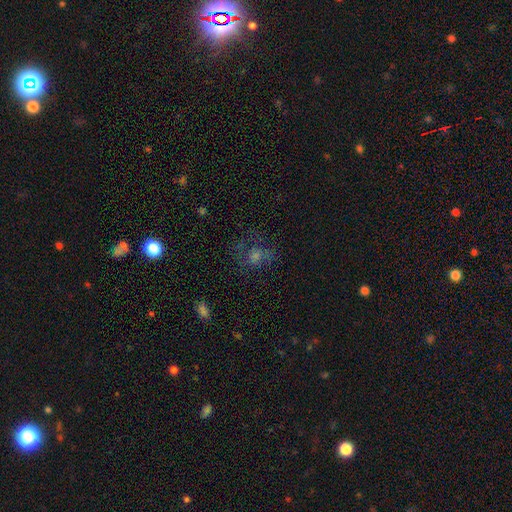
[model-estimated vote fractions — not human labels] Smooth or featured? Predicted: smooth (p=0.37). Merging? Predicted: none (p=0.58).